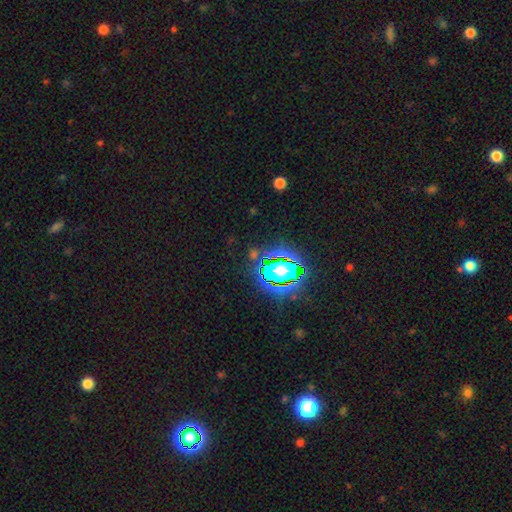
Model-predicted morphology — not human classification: Smooth or featured? Predicted: star or artifact (p=0.72).